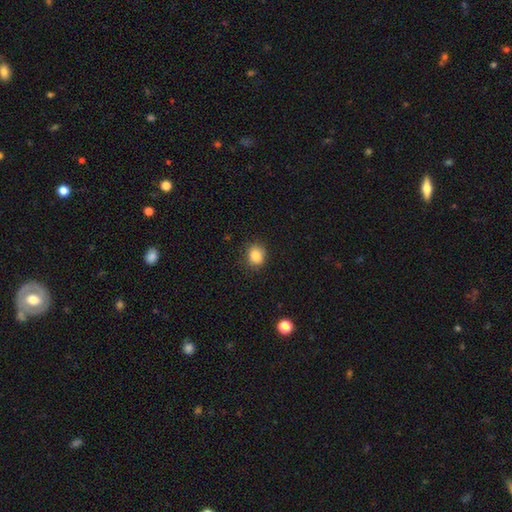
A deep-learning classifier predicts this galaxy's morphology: This appears to be a smooth galaxy with no disk features (86%) that is round (68%). Merging: none (84%).